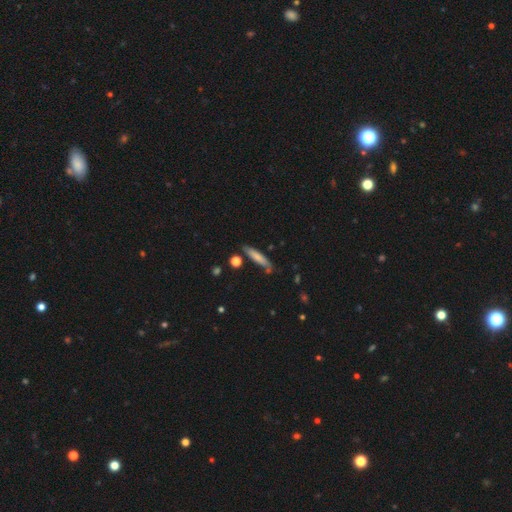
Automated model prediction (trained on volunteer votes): This is likely a smooth galaxy (70%). How rounded: clearly cigar-shaped (86%). Merging: likely none (77%).